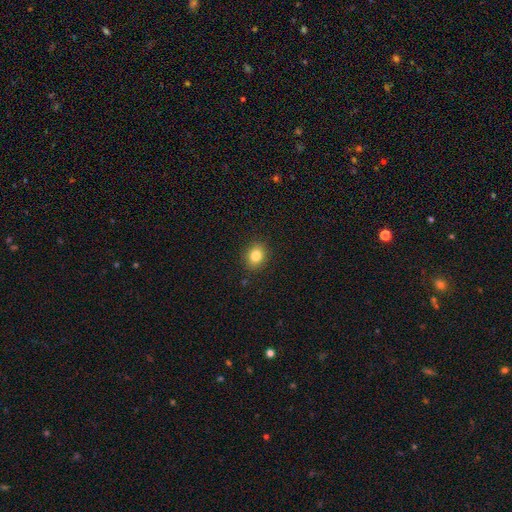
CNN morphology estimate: Smooth or featured? smooth (82%)
How rounded? round (60%)
Merging? none (89%)